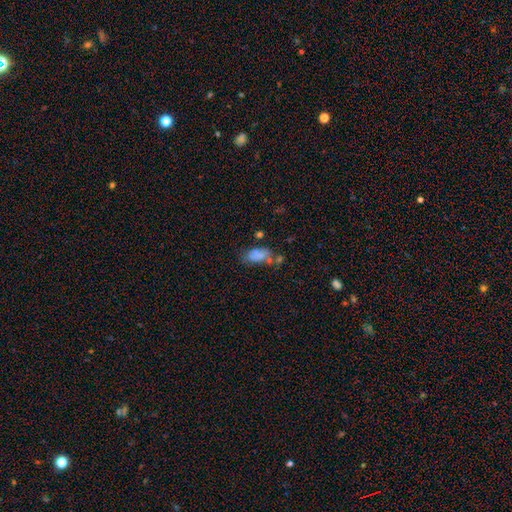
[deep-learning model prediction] Morphology: type=smooth (70%); roundness=in between (89%); merging=none (41%).